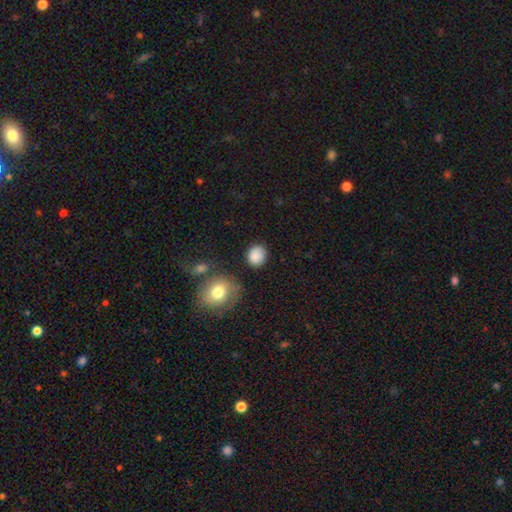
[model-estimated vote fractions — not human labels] Morphology: type=smooth (86%); roundness=round (73%); merging=none (77%).